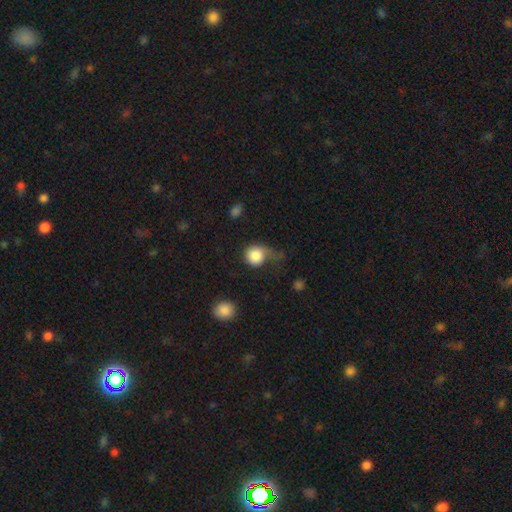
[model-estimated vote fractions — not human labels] Q: Smooth or featured?
A: smooth (82%); runner-up: featured or disk (10%)
Q: How rounded?
A: round (86%); runner-up: in between (13%)
Q: Merging?
A: major disturbance (33%); tied with: none (33%)